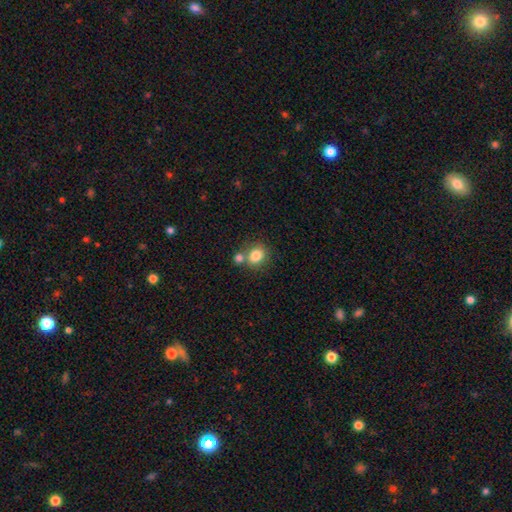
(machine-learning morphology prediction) This appears to be a smooth galaxy with no disk features (82%) that is round (64%). Merging: none (54%).